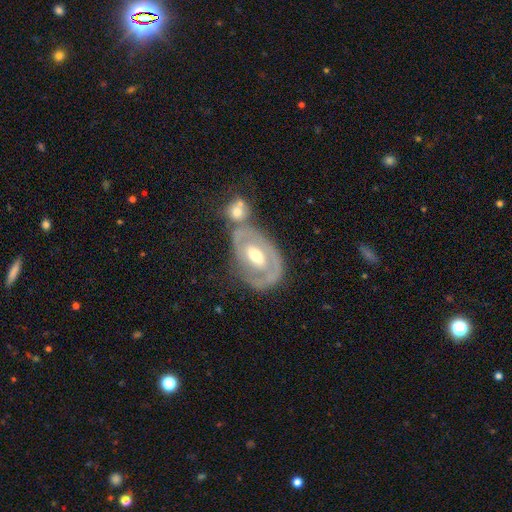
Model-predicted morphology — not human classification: smooth_or_featured: featured or disk (p=0.73) [alt: smooth p=0.21]
disk_edge_on: no (p=0.94) [alt: yes p=0.06]
bar: no (p=0.47) [alt: weak p=0.36]
has_spiral_arms: yes (p=0.57) [alt: no p=0.43]
bulge_size: moderate (p=0.69) [alt: small p=0.22]
merging: none (p=0.46) [alt: merger p=0.25]